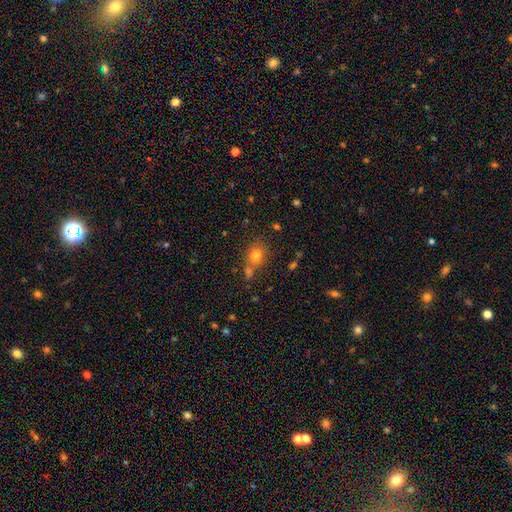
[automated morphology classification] smooth-or-featured: smooth: 75% | star or artifact: 15% | featured or disk: 9%
  how-rounded: round: 65% | in between: 33% | cigar-shaped: 1%
  merging: none: 63% | merger: 19% | minor disturbance: 13% | major disturbance: 5%